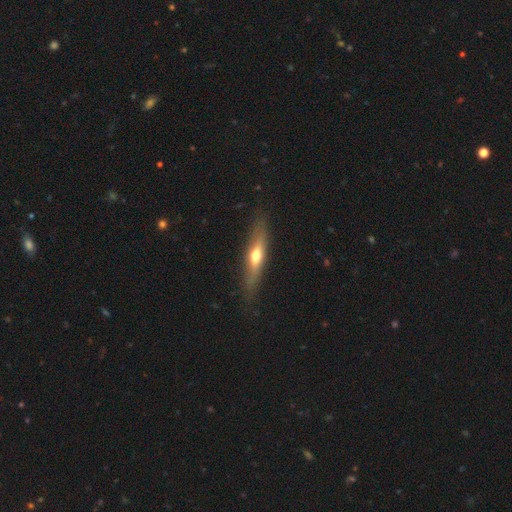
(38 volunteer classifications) A smooth galaxy with no disk features (47%, tied with featured or disk) that is cigar-shaped (78%). Merging: none (75%).